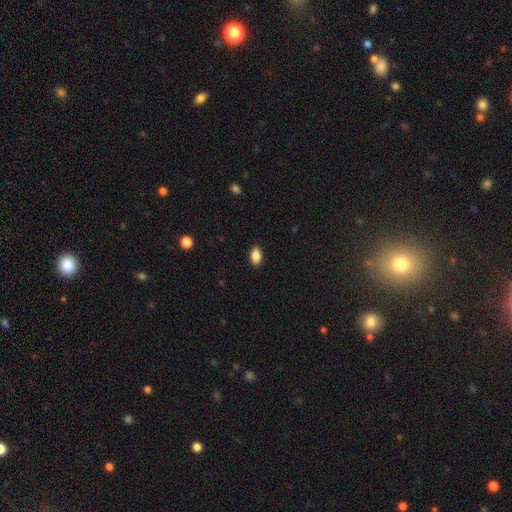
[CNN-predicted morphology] Q: Smooth or featured?
A: smooth (88%); runner-up: star or artifact (8%)
Q: How rounded?
A: in between (91%); runner-up: round (7%)
Q: Merging?
A: none (89%); runner-up: minor disturbance (8%)